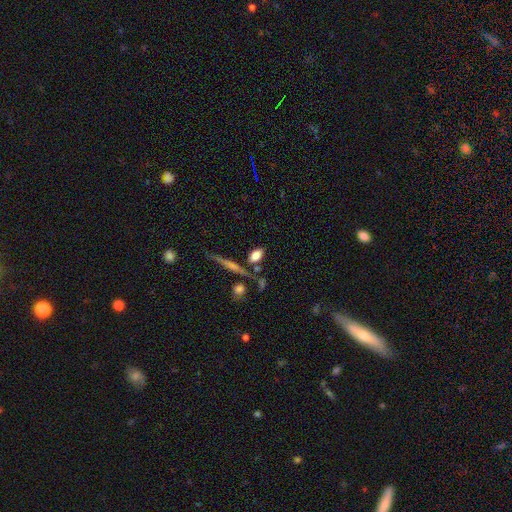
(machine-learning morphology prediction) Smooth or featured?
  - smooth: 75% *
  - featured or disk: 16%
  - star or artifact: 9%
How rounded?
  - in between: 81% *
  - cigar-shaped: 10%
  - round: 9%
Merging?
  - none: 68% *
  - minor disturbance: 14%
  - merger: 13%
  - major disturbance: 5%